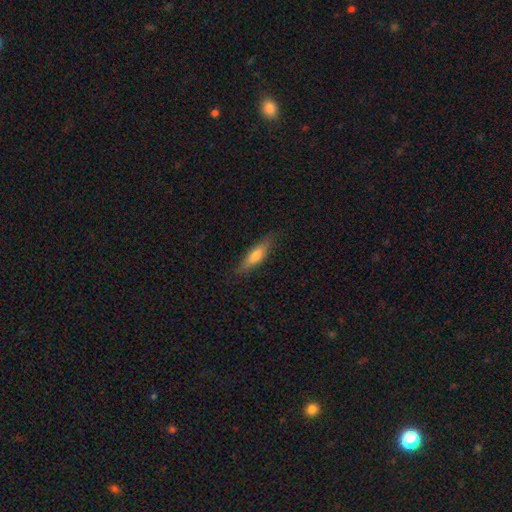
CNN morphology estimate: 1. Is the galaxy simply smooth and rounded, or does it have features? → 62% smooth, 32% featured or disk, 6% star or artifact.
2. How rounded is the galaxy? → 65% cigar-shaped, 33% in between, 2% round.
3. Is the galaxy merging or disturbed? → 83% none, 14% minor disturbance, 3% major disturbance, 1% merger.